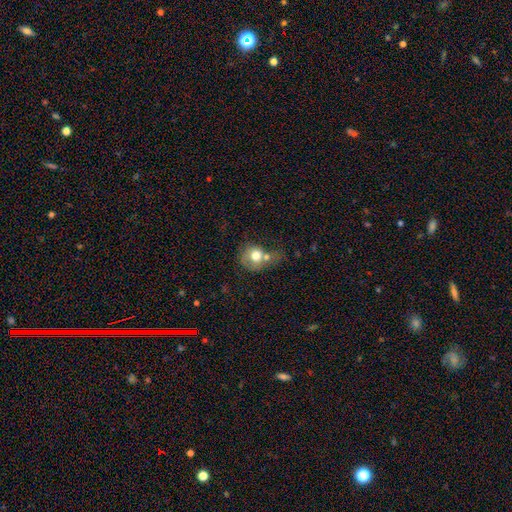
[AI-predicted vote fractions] Smooth or featured: smooth — 70% (featured or disk — 21%)
How rounded: round — 73% (in between — 26%)
Merging: merger — 45% (none — 25%)